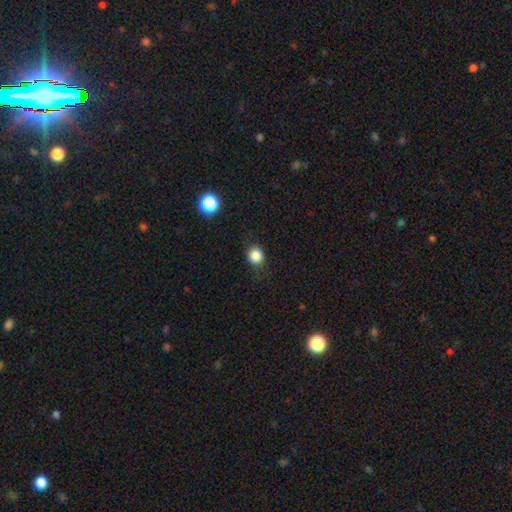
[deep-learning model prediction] Smooth or featured?
  - smooth: 85% *
  - star or artifact: 11%
  - featured or disk: 4%
How rounded?
  - round: 83% *
  - in between: 16%
  - cigar-shaped: 1%
Merging?
  - none: 82% *
  - minor disturbance: 13%
  - major disturbance: 4%
  - merger: 1%